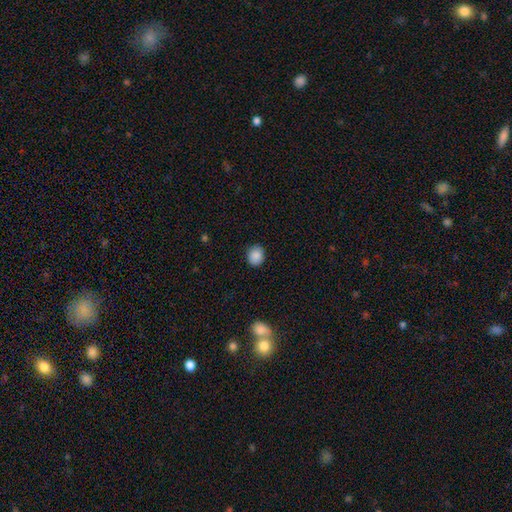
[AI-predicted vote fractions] smooth_or_featured: smooth (p=0.88) [alt: star or artifact p=0.09]
how_rounded: round (p=0.66) [alt: in between p=0.33]
merging: none (p=0.87) [alt: minor disturbance p=0.09]